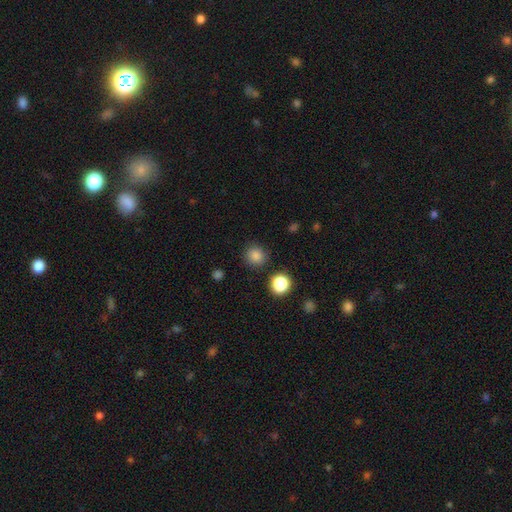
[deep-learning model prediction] Overall: smooth (83%). How rounded: round (89%). Merging: none (87%).